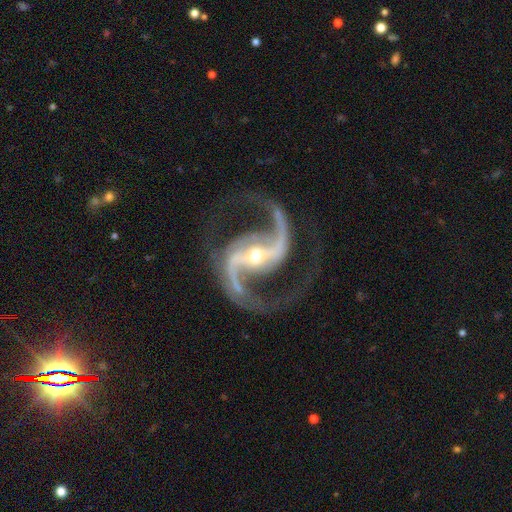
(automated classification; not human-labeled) A featured or disk galaxy (94%) with a strong bar (63%), 2 (94%) medium (59%) spiral arms (99%) and a small central bulge (55%).

Vote fractions:
- Smooth or featured? featured or disk: 94% / star or artifact: 4% / smooth: 2%
- Edge-on disk? no: 98% / yes: 2%
- Bar? strong: 63% / weak: 24% / no: 13%
- Spiral arms? yes: 99% / no: 1%
- Spiral winding? medium: 59% / loose: 32% / tight: 9%
- Spiral arm count? 2: 94% / 3: 1% / 1: 1% / can't tell: 1% / 4: 1% / more than 4: 1%
- Bulge size? small: 55% / moderate: 42% / large: 2% / none: 1% / dominant: 1%
- Merging? none: 80% / minor disturbance: 11% / major disturbance: 7% / merger: 2%